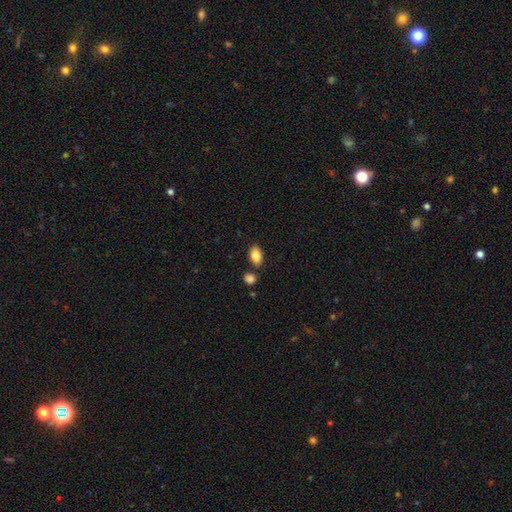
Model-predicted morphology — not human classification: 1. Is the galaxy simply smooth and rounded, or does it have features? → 85% smooth, 8% star or artifact, 7% featured or disk.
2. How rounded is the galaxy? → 89% in between, 9% round, 2% cigar-shaped.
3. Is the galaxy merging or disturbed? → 80% none, 10% minor disturbance, 8% merger, 2% major disturbance.